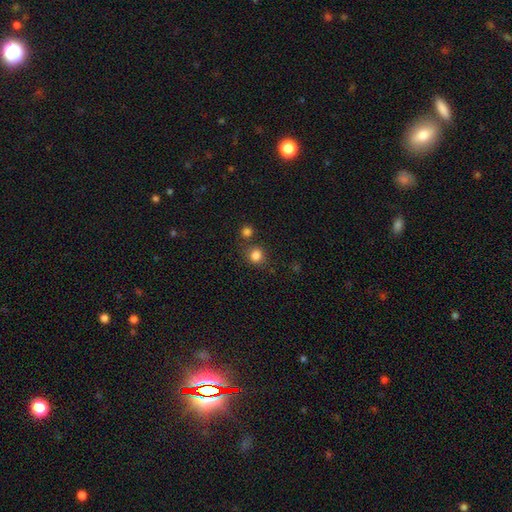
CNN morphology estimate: smooth-or-featured: smooth: 83% | star or artifact: 13% | featured or disk: 5%
  how-rounded: round: 84% | in between: 15% | cigar-shaped: 1%
  merging: none: 73% | merger: 14% | minor disturbance: 10% | major disturbance: 4%